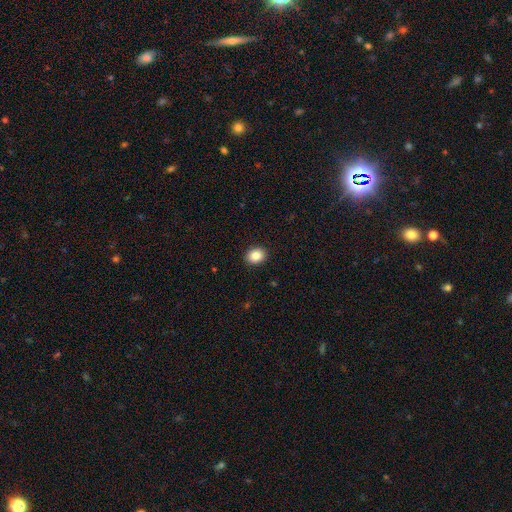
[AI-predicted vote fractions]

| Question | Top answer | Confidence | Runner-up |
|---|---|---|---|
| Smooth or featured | smooth | 87% | star or artifact (9%) |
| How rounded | round | 50% | in between (49%) |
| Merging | none | 92% | minor disturbance (6%) |